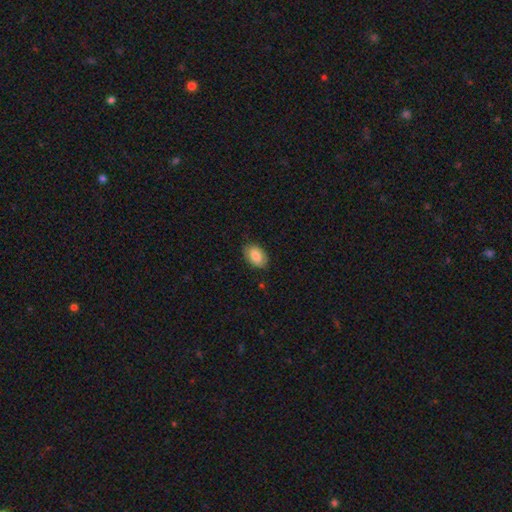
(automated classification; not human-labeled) Morphology: type=smooth (83%); roundness=in between (91%); merging=none (81%).